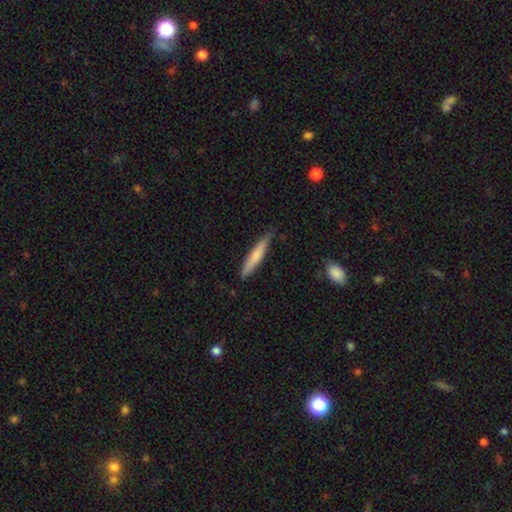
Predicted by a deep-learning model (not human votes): A smooth galaxy with no disk features (67%) that is cigar-shaped (92%).

Vote fractions:
- Smooth or featured? smooth: 67% / featured or disk: 28% / star or artifact: 5%
- How rounded? cigar-shaped: 92% / in between: 7% / round: 1%
- Merging? none: 81% / minor disturbance: 15% / major disturbance: 2% / merger: 2%